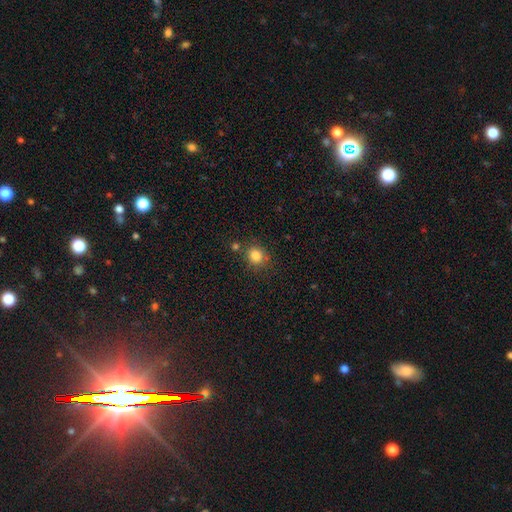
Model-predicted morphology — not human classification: smooth-or-featured: smooth: 82% | star or artifact: 12% | featured or disk: 6%
  how-rounded: round: 76% | in between: 23% | cigar-shaped: 1%
  merging: none: 74% | minor disturbance: 12% | merger: 11% | major disturbance: 4%